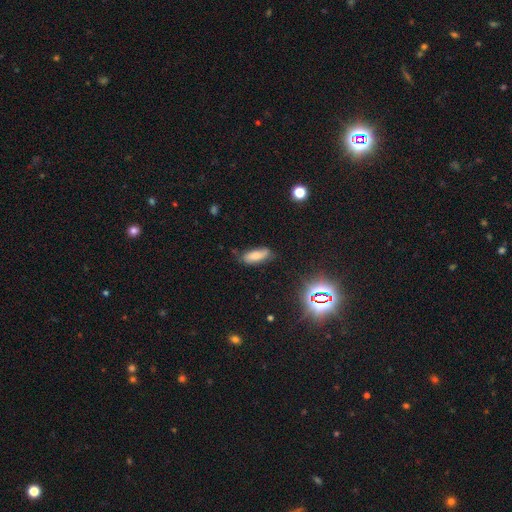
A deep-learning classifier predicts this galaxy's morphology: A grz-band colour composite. It shows a smooth galaxy with no disk features (74%) that is in between round and cigar-shaped (72%). Merging: none (68%).